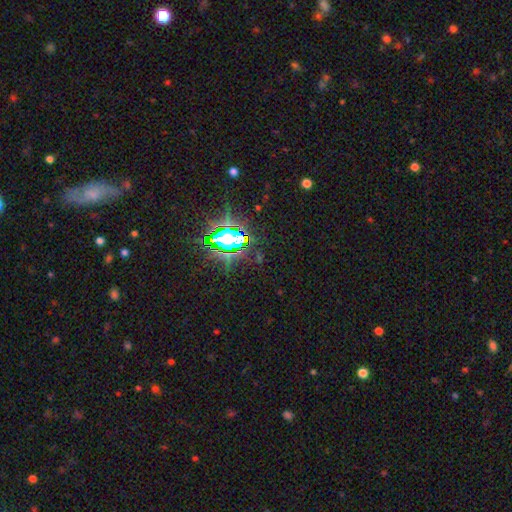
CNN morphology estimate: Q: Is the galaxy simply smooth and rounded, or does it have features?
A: star or artifact — 80%.